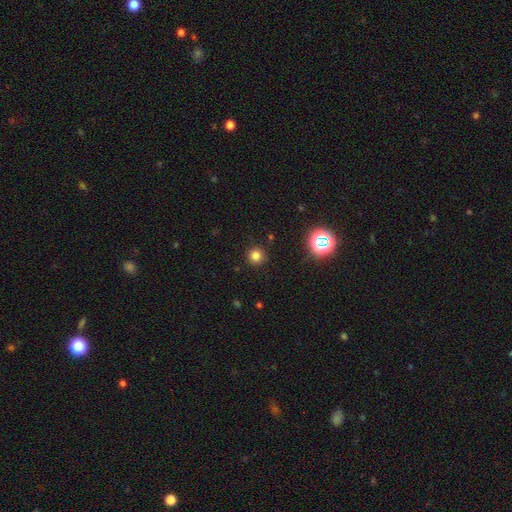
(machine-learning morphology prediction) Q: Smooth or featured?
A: smooth (78%); runner-up: star or artifact (17%)
Q: How rounded?
A: round (95%); runner-up: in between (4%)
Q: Merging?
A: none (91%); runner-up: minor disturbance (6%)